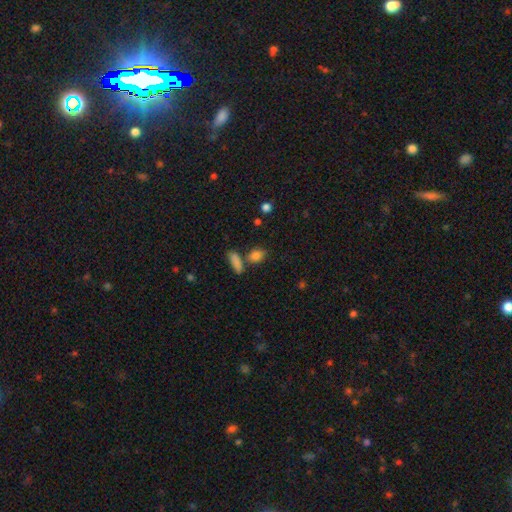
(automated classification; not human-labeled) This appears to be a smooth galaxy with no disk features (82%) that is in between round and cigar-shaped (57%). Merging: none (62%).